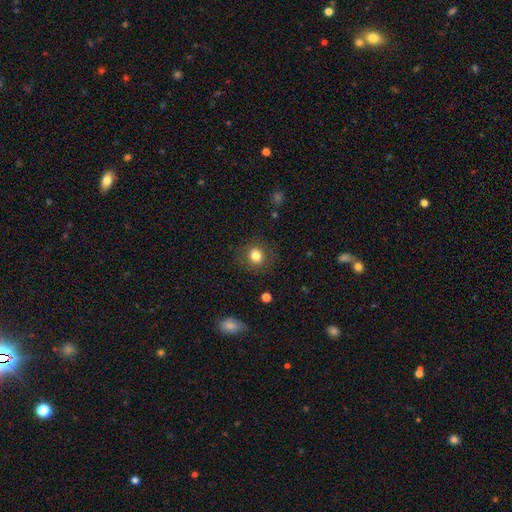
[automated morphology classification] This is clearly a smooth galaxy (82%). How rounded: clearly round (82%). Merging: clearly none (85%).